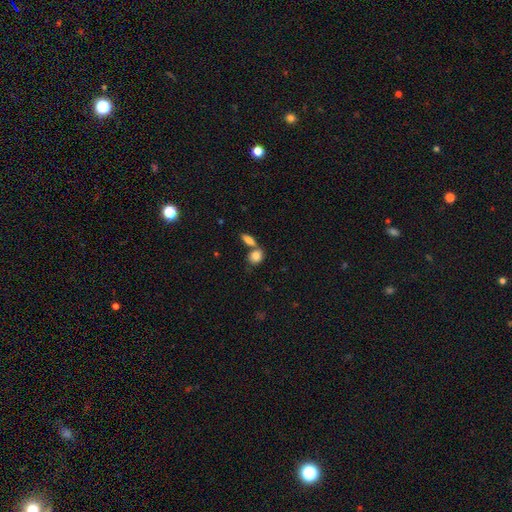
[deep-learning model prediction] smooth_or_featured: smooth (p=0.84) [alt: featured or disk p=0.08]
how_rounded: in between (p=0.58) [alt: round p=0.39]
merging: merger (p=0.42) [tied with: none p=0.42]